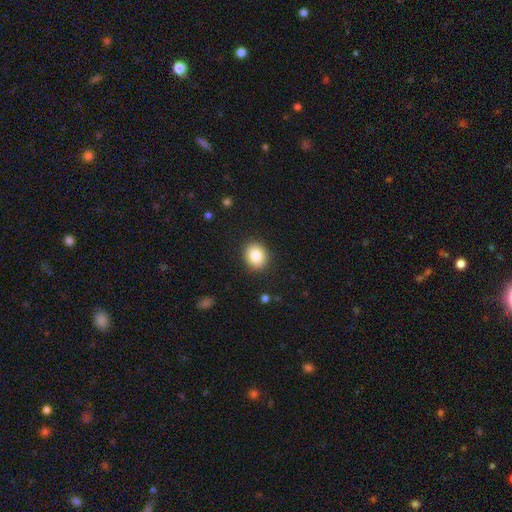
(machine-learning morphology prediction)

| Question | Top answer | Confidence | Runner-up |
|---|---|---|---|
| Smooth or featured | smooth | 84% | star or artifact (9%) |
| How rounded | round | 71% | in between (28%) |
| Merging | none | 89% | minor disturbance (8%) |